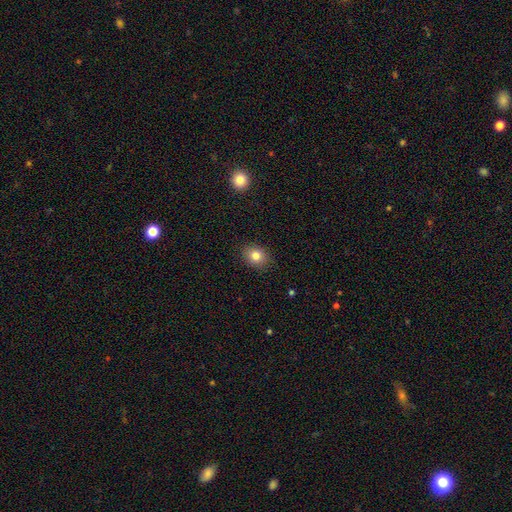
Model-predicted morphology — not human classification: A smooth galaxy with no disk features (82%) that is round (53%). Merging: none (88%).